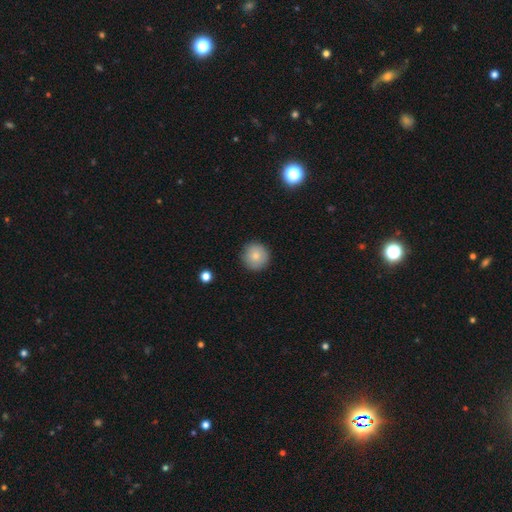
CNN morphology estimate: Smooth or featured? Predicted: smooth (p=0.82). How rounded? Predicted: round (p=0.94). Merging? Predicted: none (p=0.89).